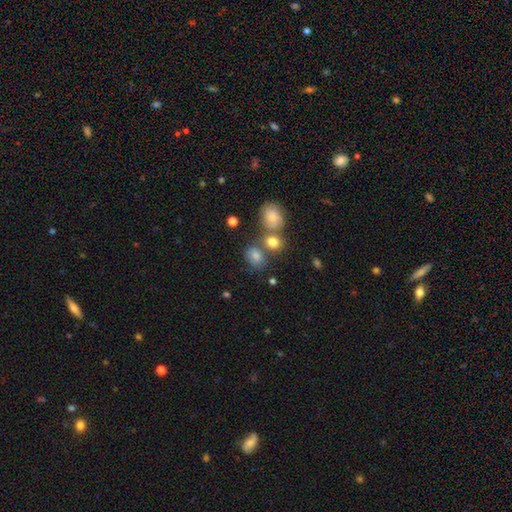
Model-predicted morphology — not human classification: smooth_or_featured: smooth (p=0.73) [alt: star or artifact p=0.13]
how_rounded: round (p=0.56) [alt: in between p=0.43]
merging: none (p=0.50) [alt: merger p=0.28]